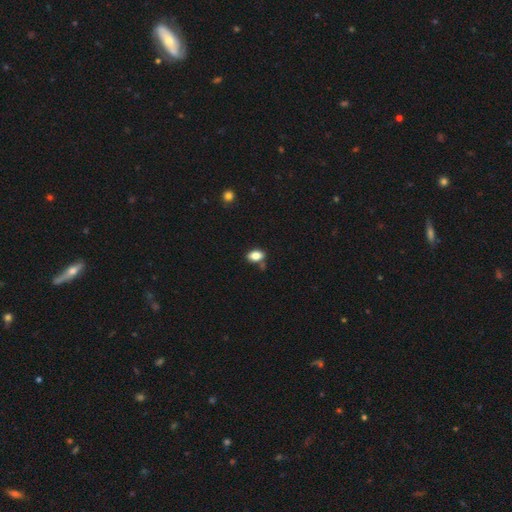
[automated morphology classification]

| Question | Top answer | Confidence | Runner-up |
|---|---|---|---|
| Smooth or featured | smooth | 84% | star or artifact (9%) |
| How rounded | in between | 86% | round (12%) |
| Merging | none | 70% | minor disturbance (17%) |